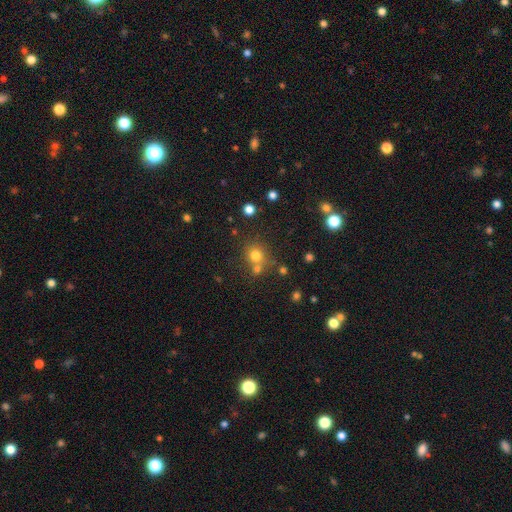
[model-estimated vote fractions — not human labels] Smooth or featured? smooth (74%)
How rounded? round (87%)
Merging? none (63%)